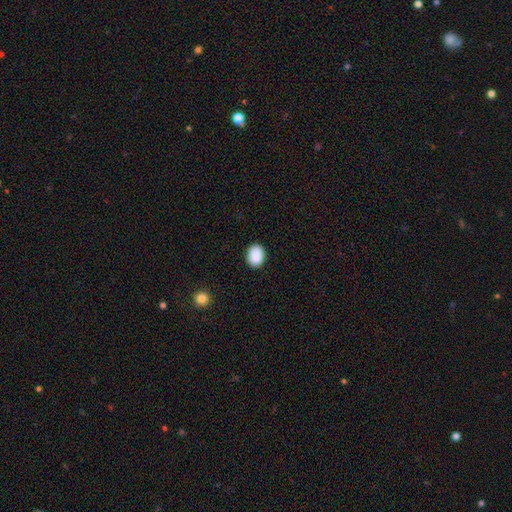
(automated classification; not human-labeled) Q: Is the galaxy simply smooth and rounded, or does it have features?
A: smooth — 89%.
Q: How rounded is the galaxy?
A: in between — 65%.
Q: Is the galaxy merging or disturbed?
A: none — 87%.